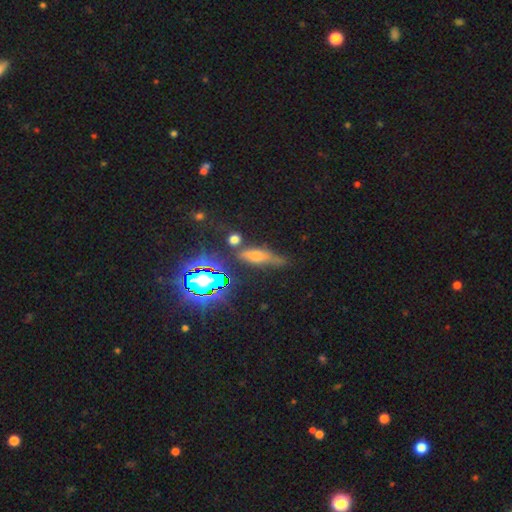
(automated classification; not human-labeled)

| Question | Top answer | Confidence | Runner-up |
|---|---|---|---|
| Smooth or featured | smooth | 41% | featured or disk (30%) |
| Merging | none | 63% | minor disturbance (21%) |